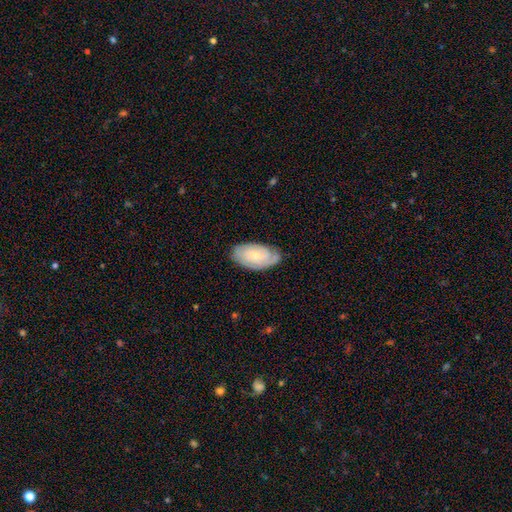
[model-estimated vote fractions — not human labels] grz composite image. It shows a featured or disk galaxy (59%) with no bar (74%), spiral arms (87%) and a small central bulge (66%). Merging: none (73%).